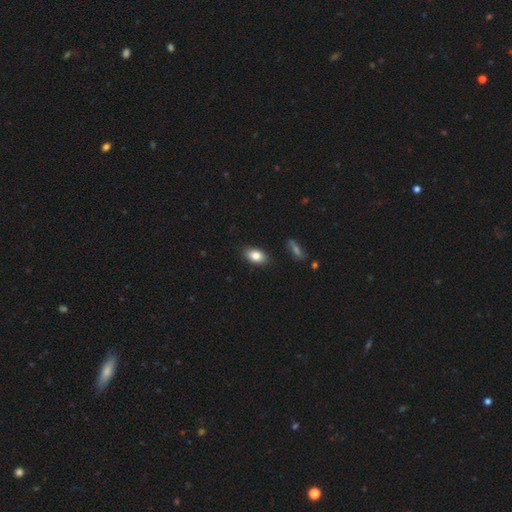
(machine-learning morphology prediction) Smooth or featured?
  - smooth: 84% *
  - featured or disk: 8%
  - star or artifact: 8%
How rounded?
  - in between: 88% *
  - round: 9%
  - cigar-shaped: 2%
Merging?
  - none: 86% *
  - minor disturbance: 10%
  - major disturbance: 2%
  - merger: 2%